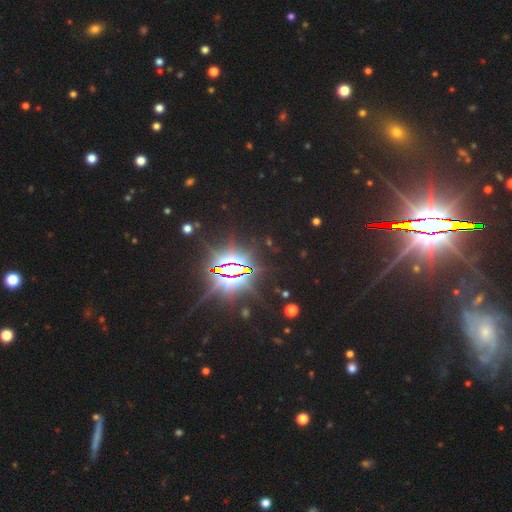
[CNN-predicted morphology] Smooth or featured? Predicted: star or artifact (p=0.87).